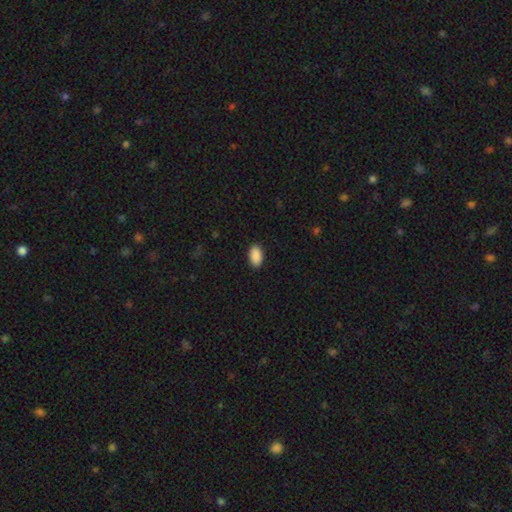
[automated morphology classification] A smooth galaxy with no disk features (91%) that is in between round and cigar-shaped (94%). Merging: none (90%).